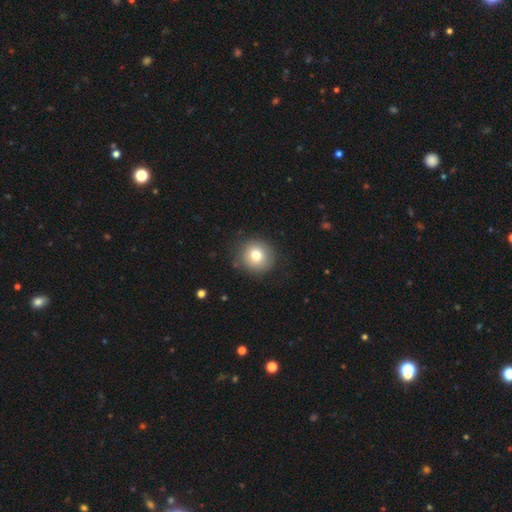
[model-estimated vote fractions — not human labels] Smooth or featured?
  - smooth: 77% *
  - featured or disk: 12%
  - star or artifact: 11%
How rounded?
  - round: 91% *
  - in between: 8%
  - cigar-shaped: 1%
Merging?
  - none: 87% *
  - minor disturbance: 9%
  - major disturbance: 3%
  - merger: 1%